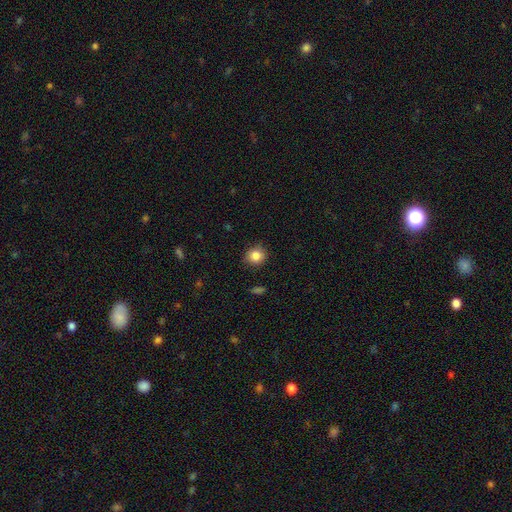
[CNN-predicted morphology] This is clearly a smooth galaxy (84%). How rounded: clearly round (81%). Merging: clearly none (86%).